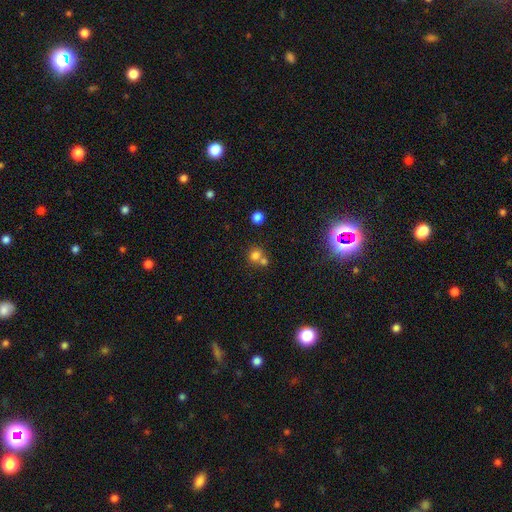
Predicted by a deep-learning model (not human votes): smooth-or-featured: smooth: 74% | star or artifact: 15% | featured or disk: 11%
  how-rounded: round: 83% | in between: 16% | cigar-shaped: 1%
  merging: none: 47% | merger: 43% | minor disturbance: 7% | major disturbance: 3%